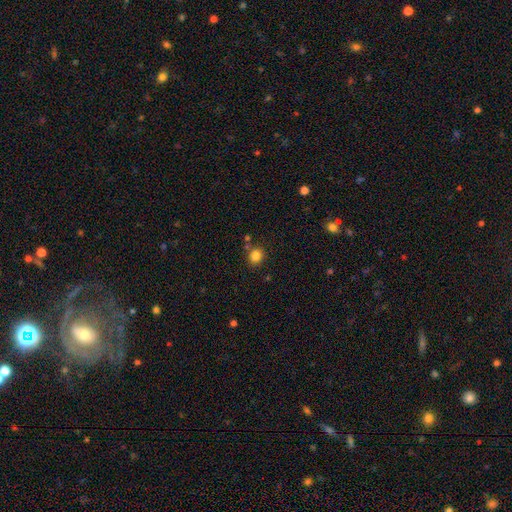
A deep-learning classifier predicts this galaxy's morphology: A smooth galaxy with no disk features (83%) that is round (83%).

Vote fractions:
- Smooth or featured? smooth: 83% / star or artifact: 12% / featured or disk: 5%
- How rounded? round: 83% / in between: 16% / cigar-shaped: 1%
- Merging? none: 80% / minor disturbance: 9% / merger: 8% / major disturbance: 3%